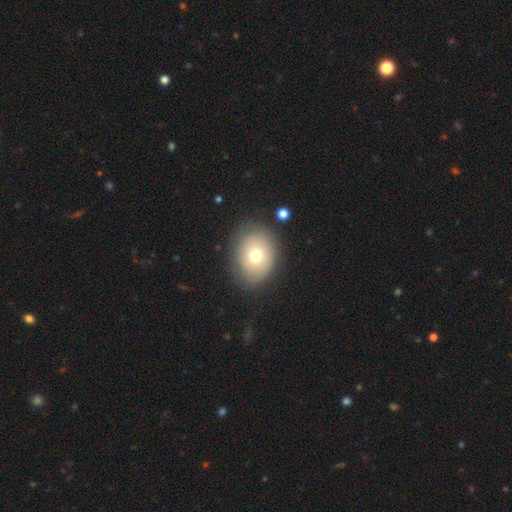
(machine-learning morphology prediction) smooth-or-featured: smooth: 70% | featured or disk: 19% | star or artifact: 11%
  how-rounded: in between: 53% | round: 46% | cigar-shaped: 1%
  merging: none: 80% | minor disturbance: 13% | major disturbance: 5% | merger: 2%